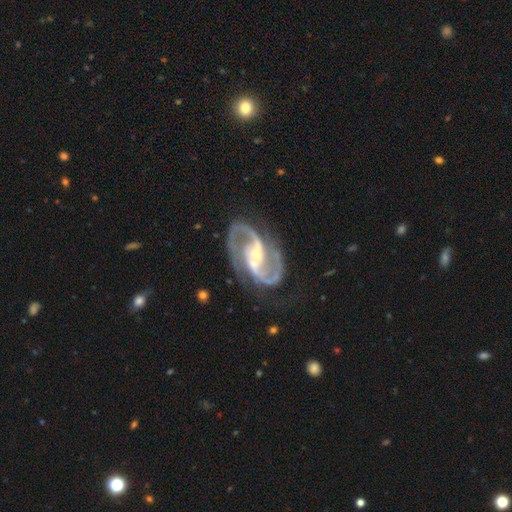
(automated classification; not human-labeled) Q: Smooth or featured?
A: featured or disk (93%); runner-up: star or artifact (4%)
Q: Edge-on disk?
A: no (98%); runner-up: yes (2%)
Q: Bar?
A: strong (41%); runner-up: weak (36%)
Q: Spiral arms?
A: yes (98%); runner-up: no (2%)
Q: Spiral winding?
A: medium (62%); runner-up: loose (21%)
Q: Spiral arm count?
A: 2 (93%); runner-up: 3 (2%)
Q: Bulge size?
A: small (49%); runner-up: moderate (46%)
Q: Merging?
A: none (75%); runner-up: minor disturbance (15%)